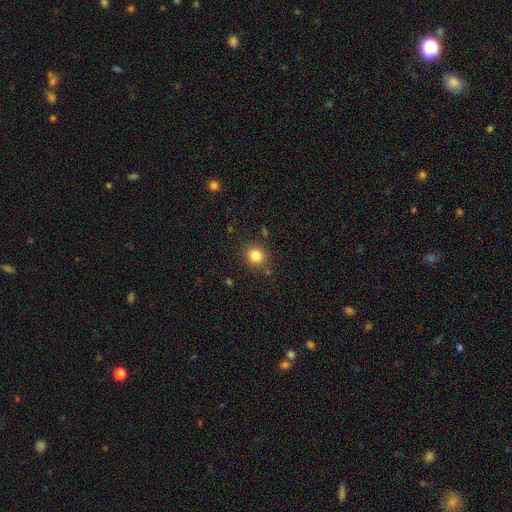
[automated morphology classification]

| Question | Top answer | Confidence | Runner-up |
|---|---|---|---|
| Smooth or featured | smooth | 82% | star or artifact (12%) |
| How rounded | round | 83% | in between (16%) |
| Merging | none | 85% | minor disturbance (9%) |